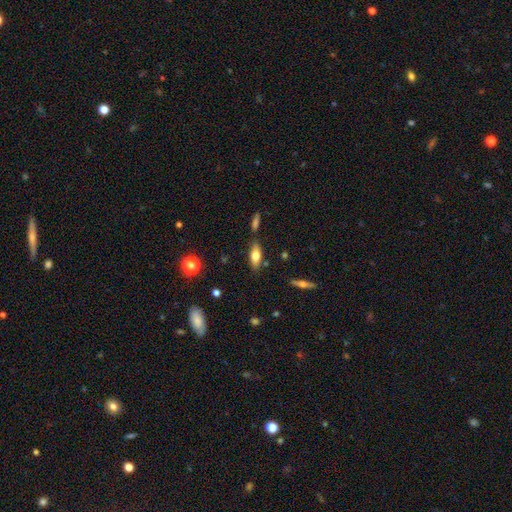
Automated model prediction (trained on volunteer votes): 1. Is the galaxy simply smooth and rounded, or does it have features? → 66% smooth, 26% featured or disk, 8% star or artifact.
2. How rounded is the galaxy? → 71% in between, 26% cigar-shaped, 3% round.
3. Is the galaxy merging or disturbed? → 75% none, 15% minor disturbance, 7% merger, 3% major disturbance.